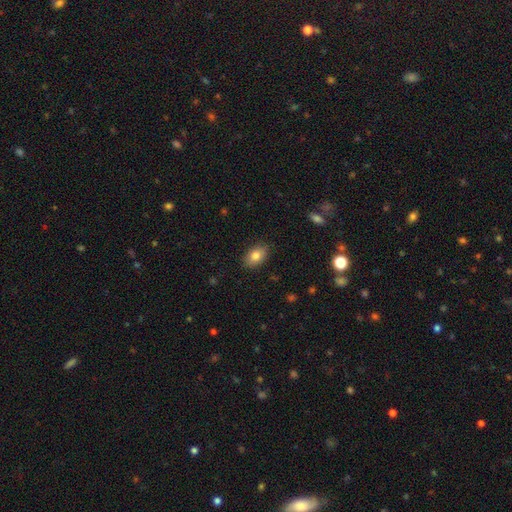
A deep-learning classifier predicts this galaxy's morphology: A smooth galaxy with no disk features (82%) that is in between round and cigar-shaped (87%). Merging: none (86%).